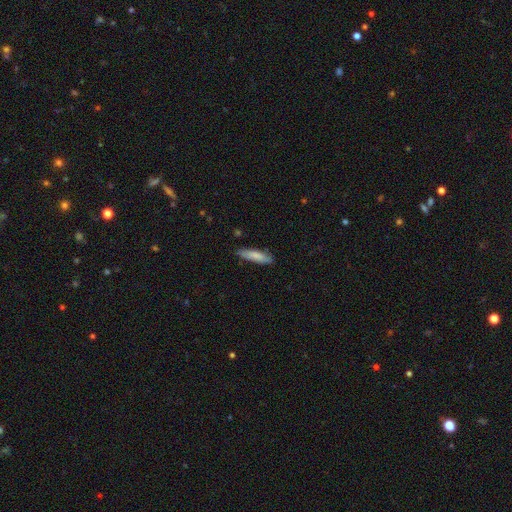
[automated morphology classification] smooth_or_featured: smooth (p=0.79) [alt: featured or disk p=0.15]
how_rounded: cigar-shaped (p=0.71) [alt: in between p=0.27]
merging: none (p=0.81) [alt: minor disturbance p=0.15]